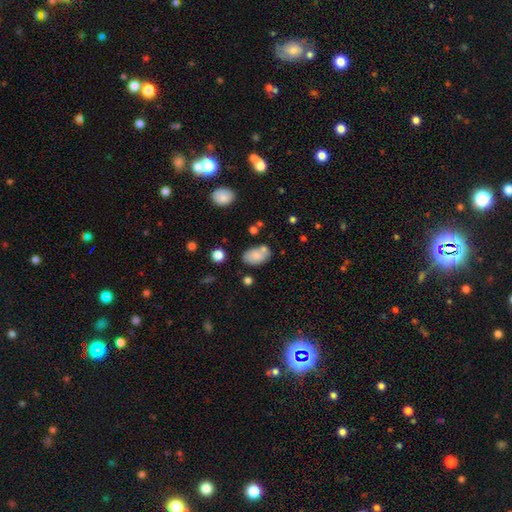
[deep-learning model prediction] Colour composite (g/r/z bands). It shows a smooth galaxy with no disk features (81%) that is in between round and cigar-shaped (91%). Merging: none (64%).